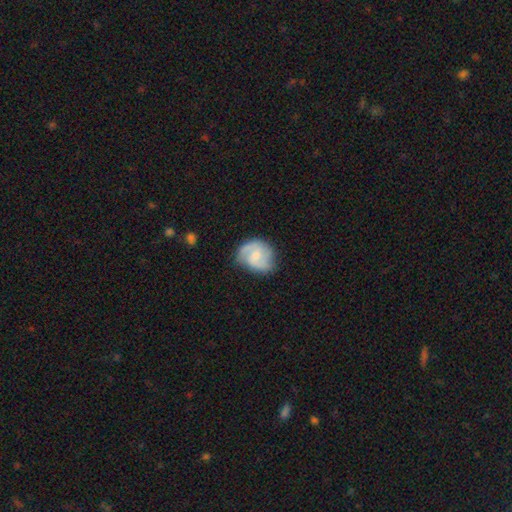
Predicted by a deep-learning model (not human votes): This is likely a featured or disk galaxy (68%). It is clearly not viewed edge-on (98%). Bar: possibly weak (48%). Spiral arm pattern: clearly yes (93%). Spiral arm count: likely 2 (75%). Spiral winding: possibly medium (49%). Central bulge: possibly small (50%). Merging: likely none (69%).